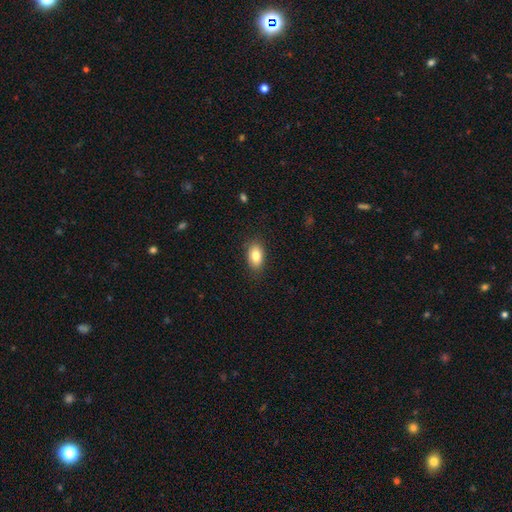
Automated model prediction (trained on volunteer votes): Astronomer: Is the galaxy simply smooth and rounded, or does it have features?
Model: smooth — 83%.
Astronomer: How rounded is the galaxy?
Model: in between — 90%.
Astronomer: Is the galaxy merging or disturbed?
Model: none — 86%.